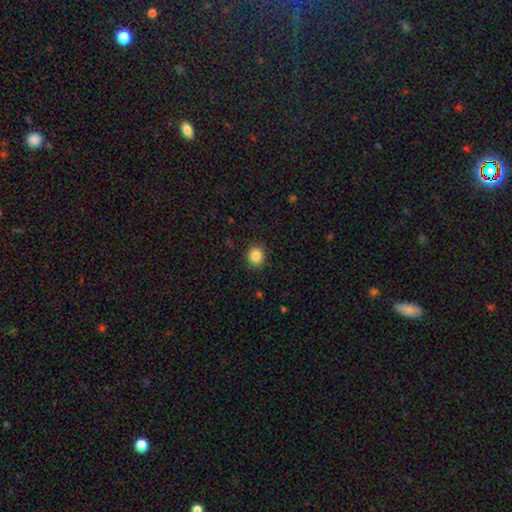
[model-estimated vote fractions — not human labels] Q: Smooth or featured?
A: smooth (86%); runner-up: star or artifact (10%)
Q: How rounded?
A: round (81%); runner-up: in between (18%)
Q: Merging?
A: none (89%); runner-up: minor disturbance (7%)